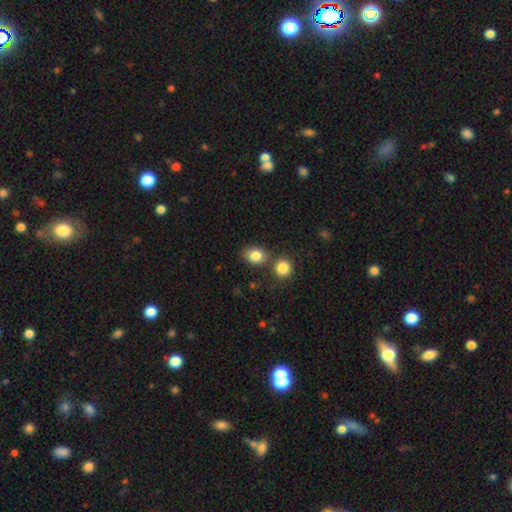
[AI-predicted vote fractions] Smooth or featured: smooth — 84% (star or artifact — 9%)
How rounded: round — 52% (in between — 47%)
Merging: none — 62% (merger — 21%)